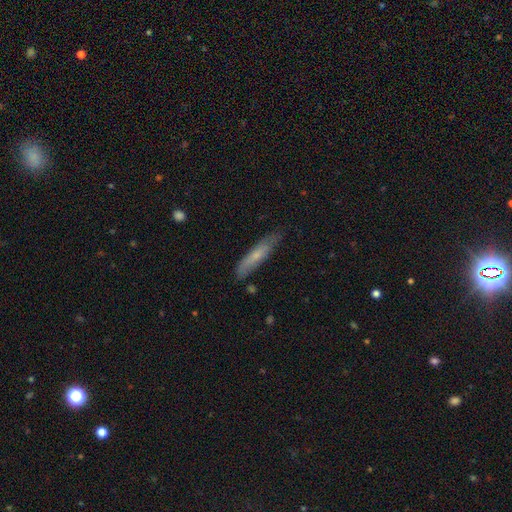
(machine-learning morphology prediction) A smooth galaxy with no disk features (62%) that is cigar-shaped (85%). Merging: none (76%).